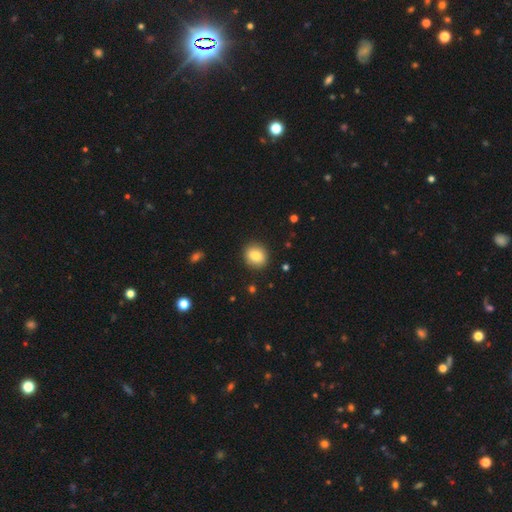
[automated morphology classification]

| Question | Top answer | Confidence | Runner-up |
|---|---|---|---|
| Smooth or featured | smooth | 83% | star or artifact (9%) |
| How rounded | round | 68% | in between (31%) |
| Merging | none | 89% | minor disturbance (8%) |